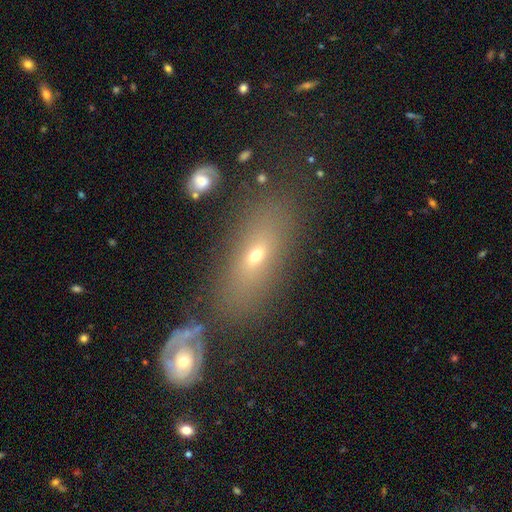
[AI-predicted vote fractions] Smooth or featured? smooth (56%)
How rounded? in between (71%)
Merging? none (67%)